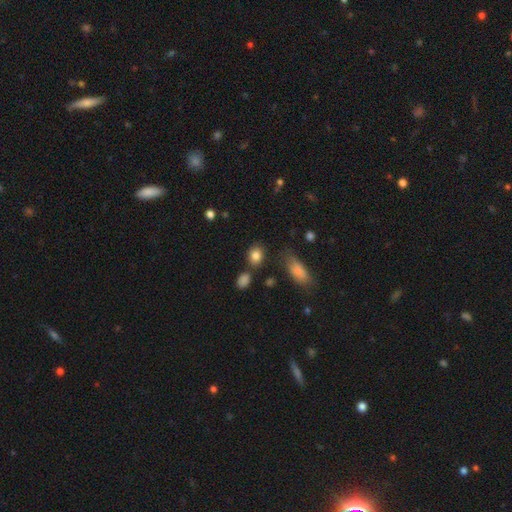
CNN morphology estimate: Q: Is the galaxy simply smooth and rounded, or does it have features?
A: smooth — 84%.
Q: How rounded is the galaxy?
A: in between — 50%.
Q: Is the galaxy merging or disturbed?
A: none — 76%.